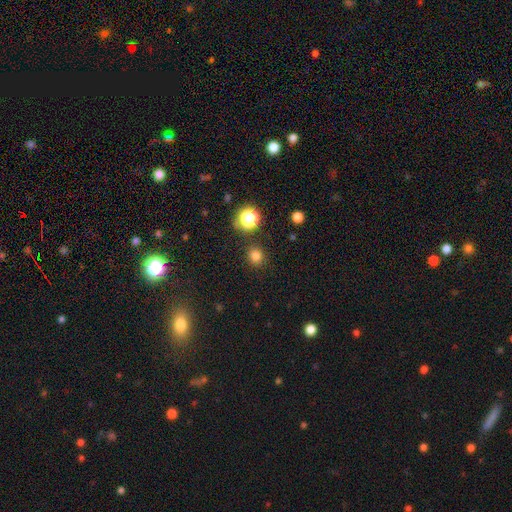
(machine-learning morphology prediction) smooth-or-featured: smooth: 79% | star or artifact: 17% | featured or disk: 4%
  how-rounded: round: 88% | in between: 11% | cigar-shaped: 1%
  merging: none: 88% | minor disturbance: 7% | major disturbance: 3% | merger: 2%